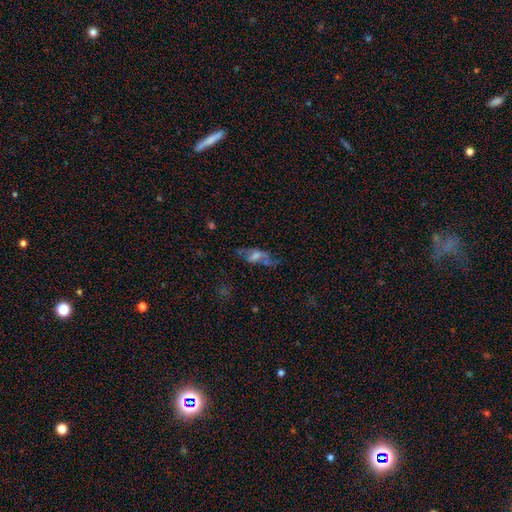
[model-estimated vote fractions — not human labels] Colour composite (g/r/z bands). It shows a featured or disk galaxy (44%). Merging: none (50%).